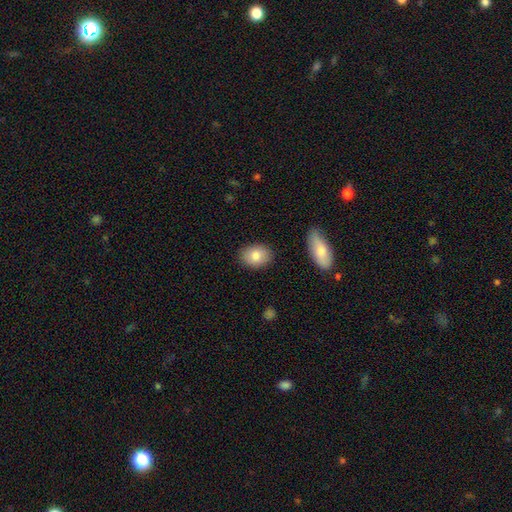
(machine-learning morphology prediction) smooth_or_featured: smooth (p=0.84) [alt: featured or disk p=0.09]
how_rounded: in between (p=0.69) [alt: round p=0.29]
merging: none (p=0.86) [alt: minor disturbance p=0.09]